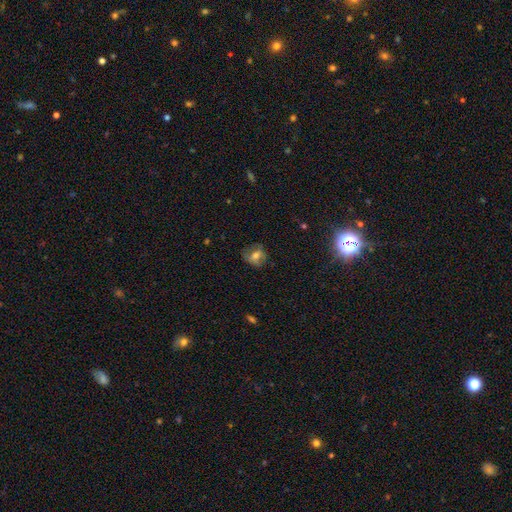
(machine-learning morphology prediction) Q: Smooth or featured?
A: smooth (52%); runner-up: featured or disk (35%)
Q: How rounded?
A: round (63%); runner-up: in between (35%)
Q: Merging?
A: none (69%); runner-up: minor disturbance (20%)